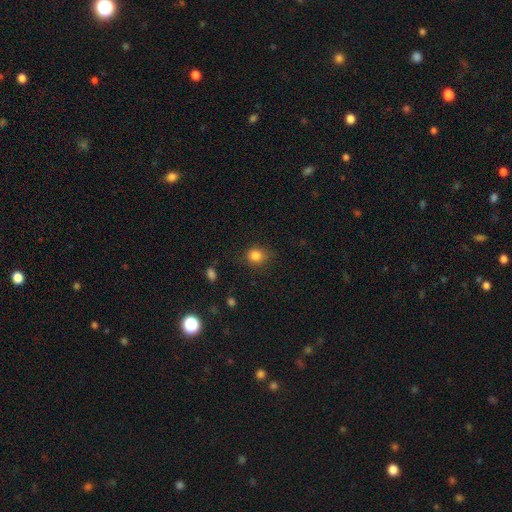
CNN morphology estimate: smooth 83%, star or artifact 12%, featured or disk 5%. Down the decision tree: how rounded — round (71%); merging — none (77%).